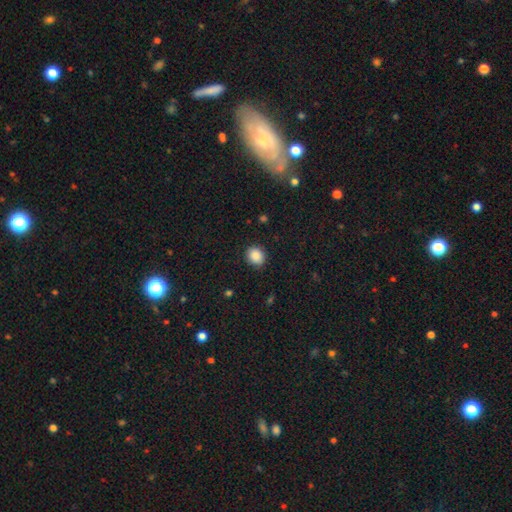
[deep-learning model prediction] Smooth or featured? smooth (87%)
How rounded? round (68%)
Merging? none (88%)